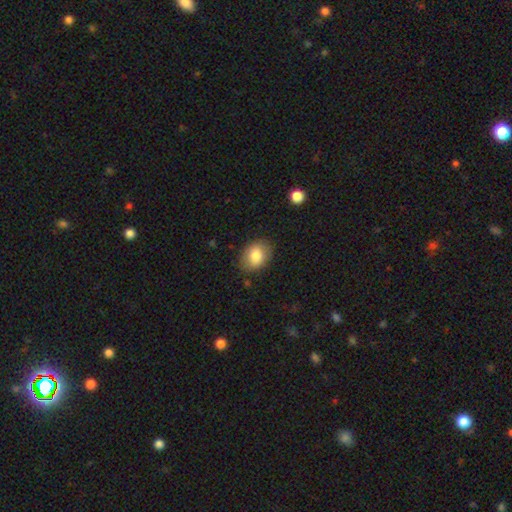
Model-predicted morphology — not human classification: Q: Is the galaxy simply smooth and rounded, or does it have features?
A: smooth — 82%.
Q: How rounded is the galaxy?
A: in between — 64%.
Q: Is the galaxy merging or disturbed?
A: none — 82%.